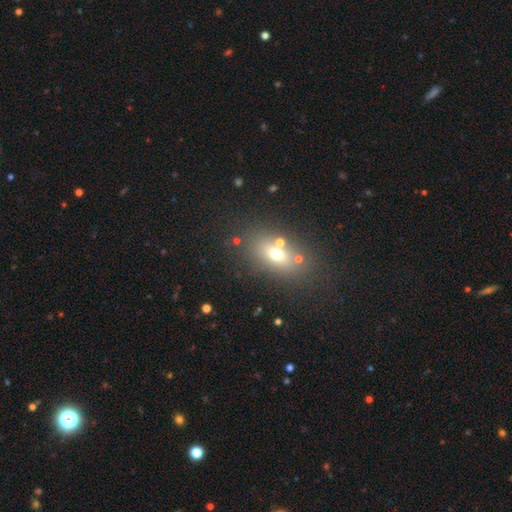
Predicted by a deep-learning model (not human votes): A smooth galaxy with no disk features (50%).

Vote fractions:
- Smooth or featured? smooth: 50% / star or artifact: 27% / featured or disk: 23%
- Merging? none: 59% / merger: 25% / minor disturbance: 10% / major disturbance: 5%